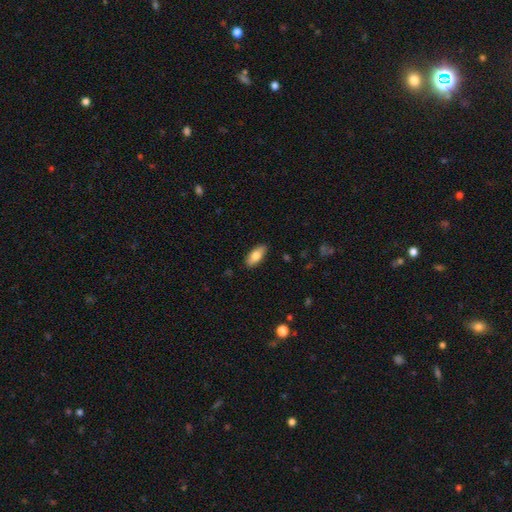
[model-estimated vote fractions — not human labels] Q: Smooth or featured?
A: smooth (78%); runner-up: featured or disk (16%)
Q: How rounded?
A: in between (83%); runner-up: cigar-shaped (14%)
Q: Merging?
A: none (89%); runner-up: minor disturbance (9%)